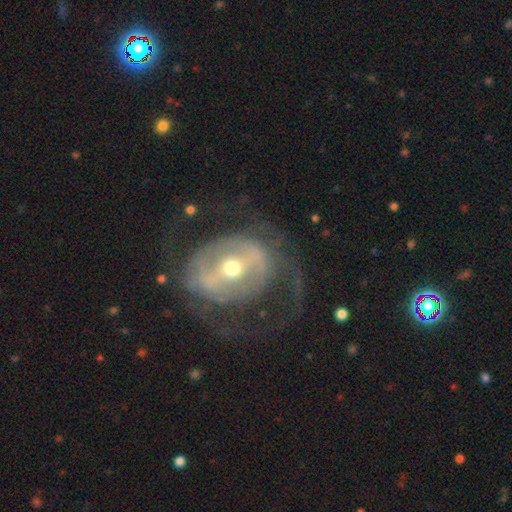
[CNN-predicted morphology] This appears to be a featured or disk galaxy (78%) with a strong bar (51%), spiral arms (55%) and a moderate central bulge (60%). Merging: none (56%).